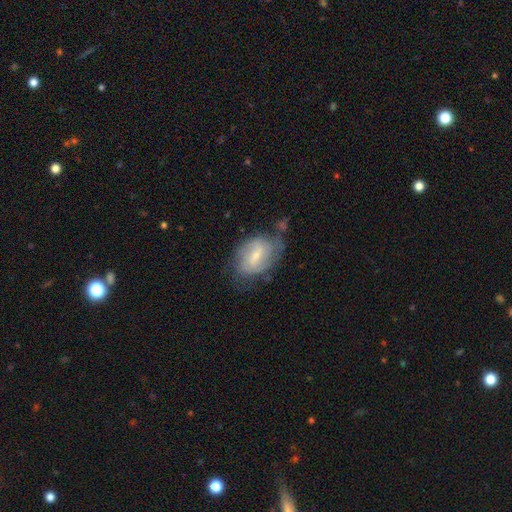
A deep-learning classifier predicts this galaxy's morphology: smooth_or_featured: featured or disk (p=0.69) [alt: smooth p=0.25]
disk_edge_on: no (p=0.96) [alt: yes p=0.04]
bar: weak (p=0.57) [alt: strong p=0.25]
has_spiral_arms: yes (p=0.83) [alt: no p=0.17]
spiral_winding: medium (p=0.42) [alt: tight p=0.37]
spiral_arm_count: 2 (p=0.58) [alt: can't tell p=0.27]
bulge_size: small (p=0.62) [alt: moderate p=0.31]
merging: none (p=0.51) [alt: minor disturbance p=0.28]